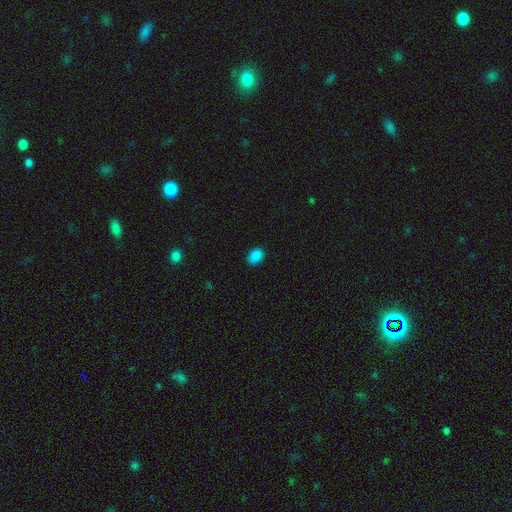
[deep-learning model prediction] The model was most divided on "how rounded": in between: 77%, round: 22%, cigar-shaped: 1%. More confident: merging — none (88%); smooth or featured — smooth (87%).